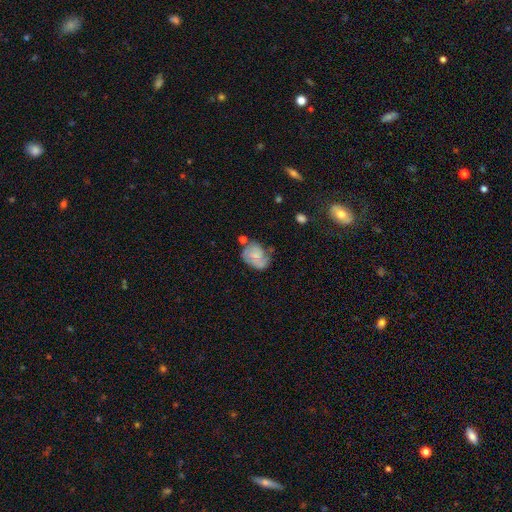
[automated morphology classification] A featured or disk galaxy (55%) with no bar (59%), spiral arms (84%) and a small central bulge (51%). Merging: none (50%).